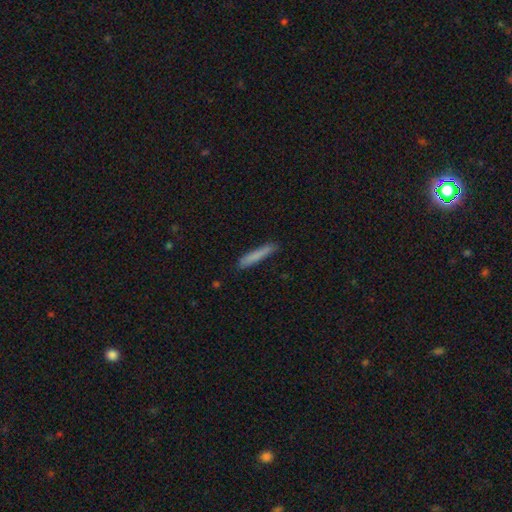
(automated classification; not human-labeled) smooth_or_featured: smooth (p=0.81) [alt: featured or disk p=0.13]
how_rounded: cigar-shaped (p=0.94) [alt: in between p=0.05]
merging: none (p=0.86) [alt: minor disturbance p=0.11]